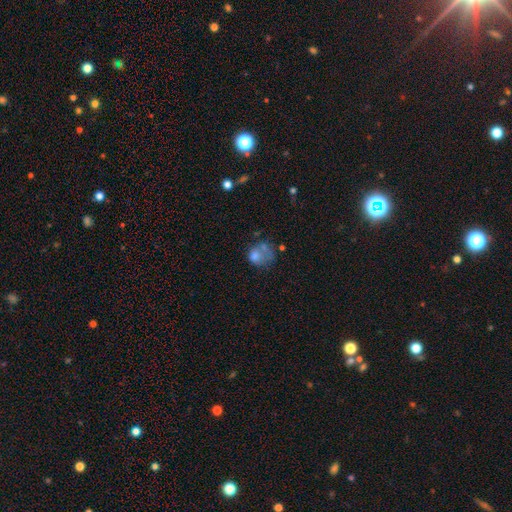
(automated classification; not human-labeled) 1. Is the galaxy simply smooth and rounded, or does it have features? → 63% smooth, 24% featured or disk, 13% star or artifact.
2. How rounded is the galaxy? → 62% round, 37% in between, 1% cigar-shaped.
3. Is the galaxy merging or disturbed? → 33% major disturbance, 28% none, 21% minor disturbance, 18% merger.